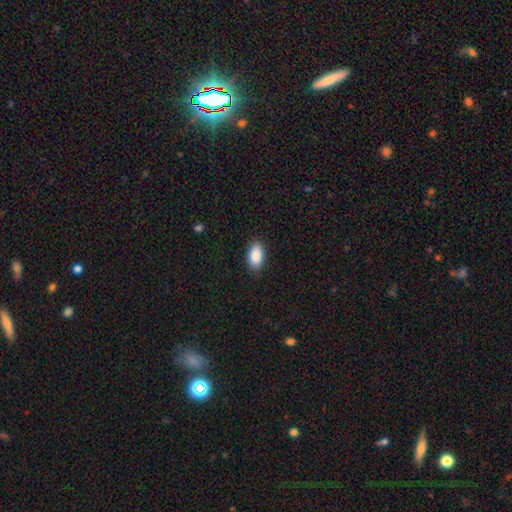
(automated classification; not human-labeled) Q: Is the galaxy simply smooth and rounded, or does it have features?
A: smooth — 89%.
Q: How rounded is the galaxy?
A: in between — 93%.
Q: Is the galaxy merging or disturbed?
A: none — 87%.